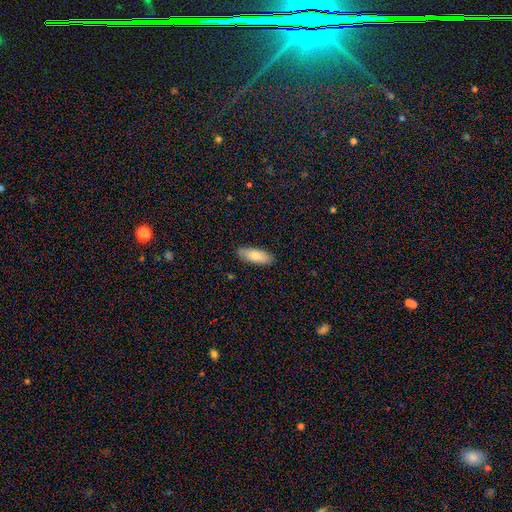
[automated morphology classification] smooth_or_featured: smooth (p=0.79) [alt: featured or disk p=0.15]
how_rounded: in between (p=0.67) [alt: cigar-shaped p=0.31]
merging: none (p=0.87) [alt: minor disturbance p=0.10]